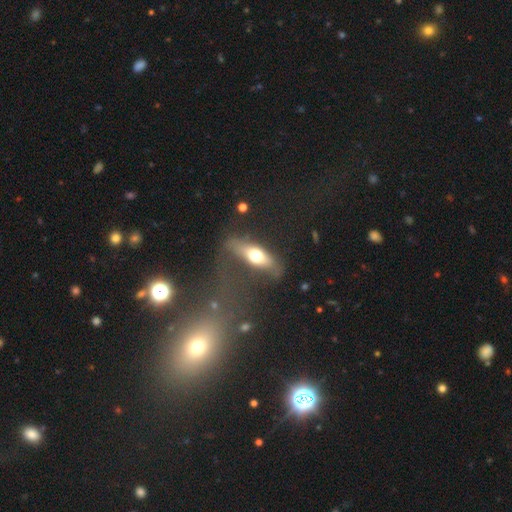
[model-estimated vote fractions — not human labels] The model was most divided on "how rounded": in between: 52%, cigar-shaped: 43%, round: 5%. More confident: merging — none (55%); smooth or featured — smooth (51%).